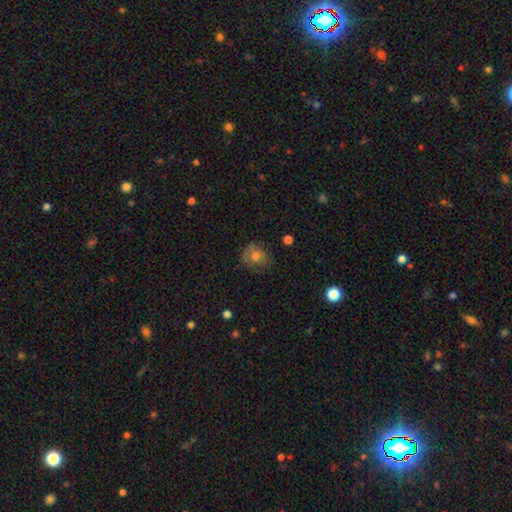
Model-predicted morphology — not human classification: smooth_or_featured: smooth (p=0.66) [alt: featured or disk p=0.23]
how_rounded: round (p=0.71) [alt: in between p=0.28]
merging: none (p=0.63) [alt: minor disturbance p=0.26]